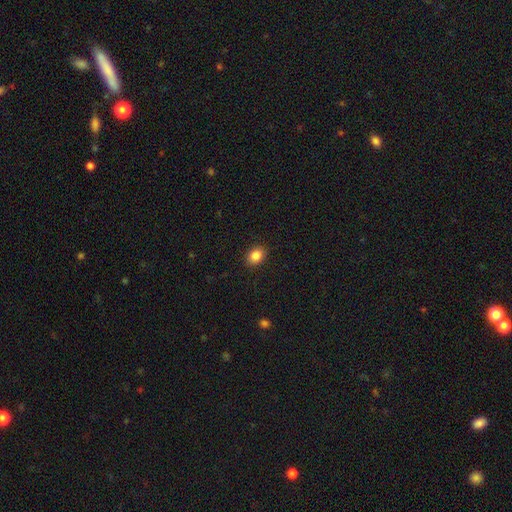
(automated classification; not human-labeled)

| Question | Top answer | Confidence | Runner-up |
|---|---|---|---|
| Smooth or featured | smooth | 85% | star or artifact (10%) |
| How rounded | in between | 59% | round (40%) |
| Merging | none | 90% | minor disturbance (7%) |